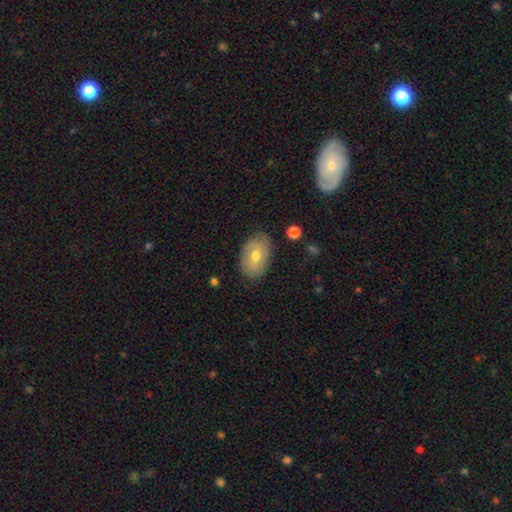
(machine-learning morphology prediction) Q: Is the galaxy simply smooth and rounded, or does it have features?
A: smooth — 59%.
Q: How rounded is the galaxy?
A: in between — 87%.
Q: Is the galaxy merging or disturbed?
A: none — 79%.